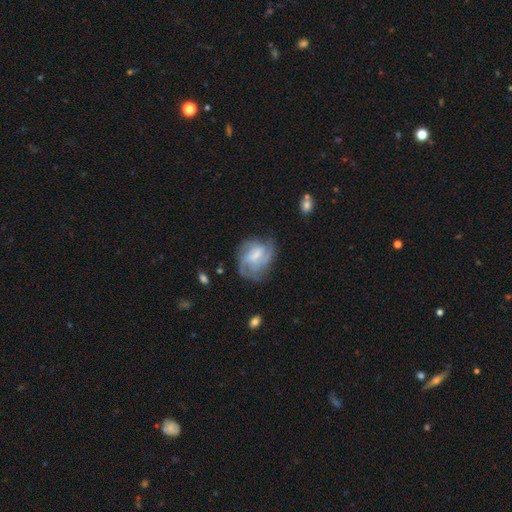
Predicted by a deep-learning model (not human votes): A featured or disk galaxy (71%) with a weak bar (52%), medium (44%) spiral arms (88%) and a small central bulge (44%). Merging: none (59%).